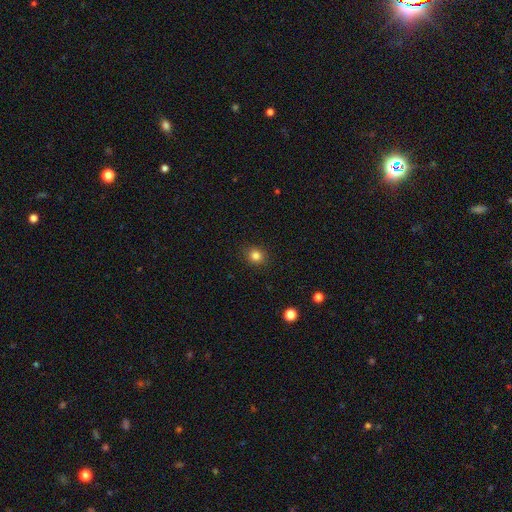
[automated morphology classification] Overall: smooth (83%). How rounded: round (77%). Merging: none (89%).